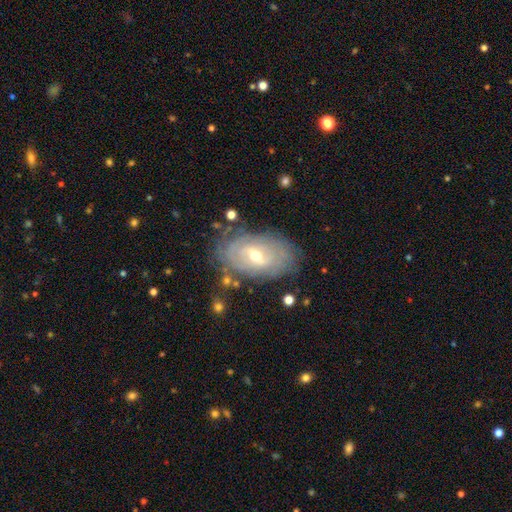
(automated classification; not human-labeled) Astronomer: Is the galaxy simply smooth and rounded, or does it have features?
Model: featured or disk — 74%.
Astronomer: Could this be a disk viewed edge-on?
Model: no — 93%.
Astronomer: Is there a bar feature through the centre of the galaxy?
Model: weak — 54%.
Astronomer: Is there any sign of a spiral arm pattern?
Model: yes — 74%.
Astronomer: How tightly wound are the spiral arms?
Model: tight — 69%.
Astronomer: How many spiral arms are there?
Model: can't tell — 58%.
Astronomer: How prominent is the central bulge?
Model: moderate — 59% (runner-up: small, 37%).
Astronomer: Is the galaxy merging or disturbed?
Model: none — 74%.